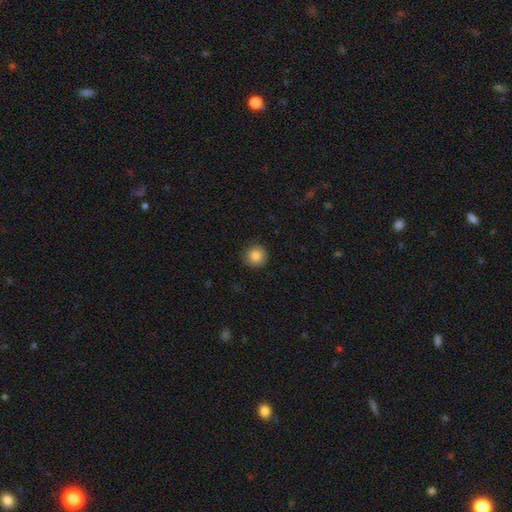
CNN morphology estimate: Q: Smooth or featured?
A: smooth (86%); runner-up: star or artifact (9%)
Q: How rounded?
A: round (95%); runner-up: in between (4%)
Q: Merging?
A: none (91%); runner-up: minor disturbance (6%)